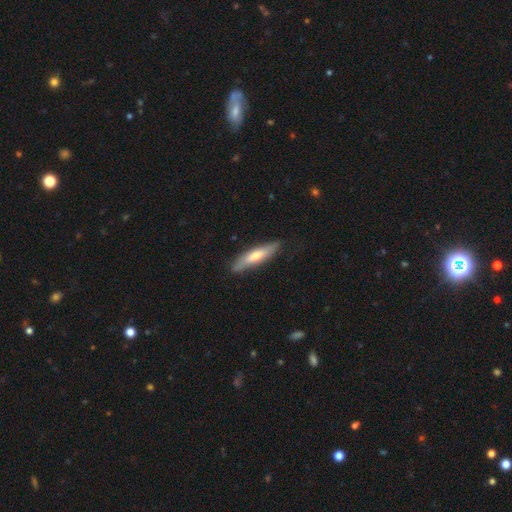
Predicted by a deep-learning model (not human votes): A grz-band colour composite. It shows a smooth galaxy with no disk features (56%) that is cigar-shaped (81%). Merging: none (83%).